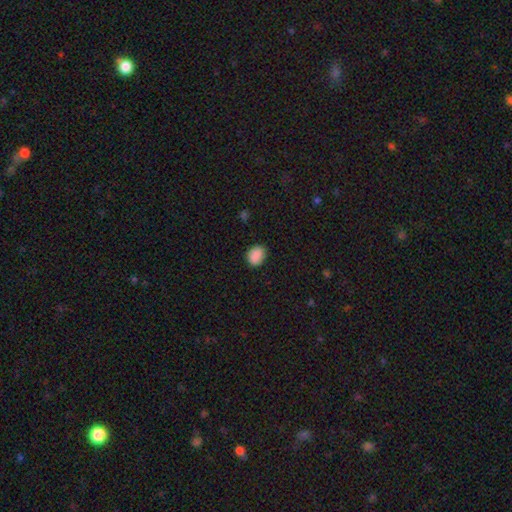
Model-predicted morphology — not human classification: Smooth or featured? smooth (89%)
How rounded? in between (59%)
Merging? none (84%)